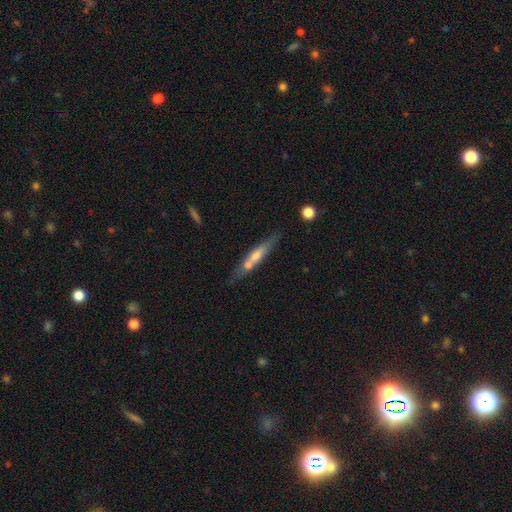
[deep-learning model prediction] A smooth galaxy with no disk features (47%, tied with featured or disk). Merging: none (68%).